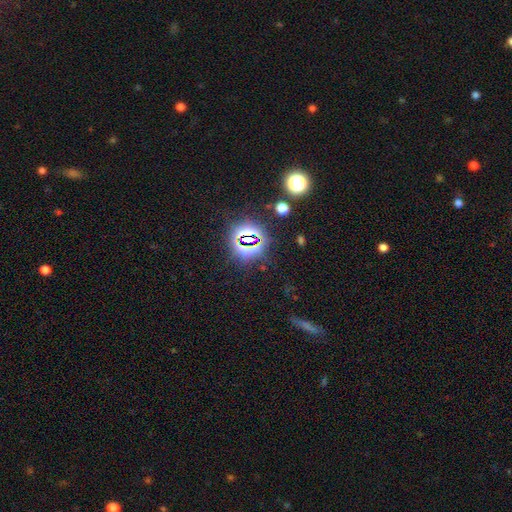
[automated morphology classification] The model was most divided on "smooth or featured": star or artifact: 78%, smooth: 13%, featured or disk: 9%.